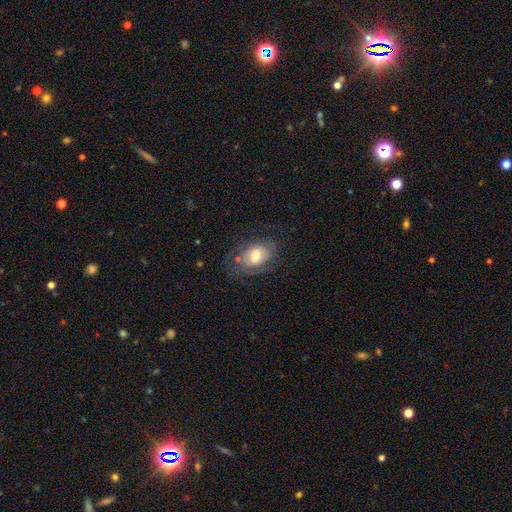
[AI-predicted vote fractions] Q: Smooth or featured?
A: smooth (53%); runner-up: featured or disk (38%)
Q: How rounded?
A: in between (84%); runner-up: round (14%)
Q: Merging?
A: none (57%); runner-up: minor disturbance (24%)